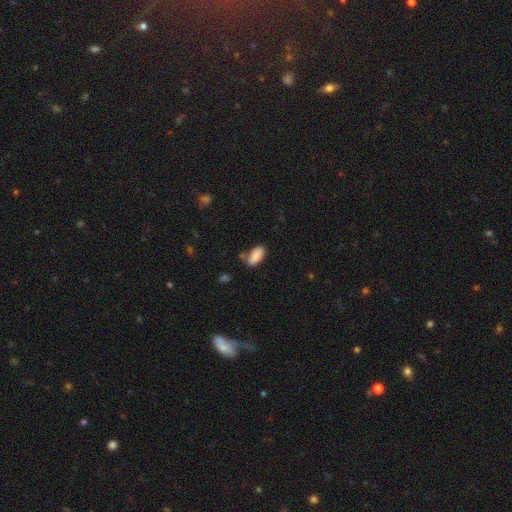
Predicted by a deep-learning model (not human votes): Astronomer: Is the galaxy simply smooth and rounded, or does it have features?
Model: smooth — 87%.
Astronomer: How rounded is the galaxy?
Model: in between — 91%.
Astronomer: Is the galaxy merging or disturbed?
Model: none — 71%.